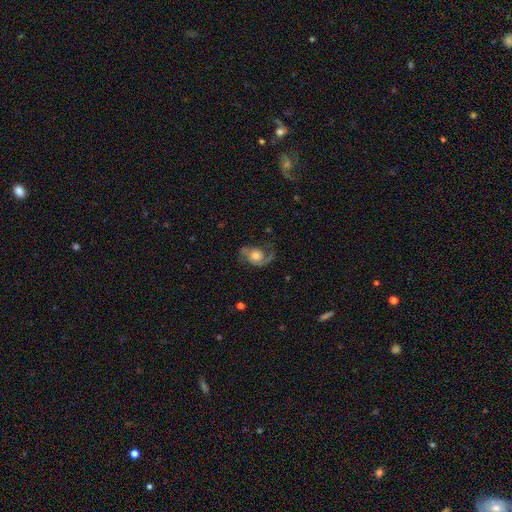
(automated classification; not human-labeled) Smooth or featured: featured or disk — 75% (smooth — 18%)
Edge-on disk: no — 97% (yes — 3%)
Bar: no — 73% (weak — 23%)
Spiral arms: yes — 94% (no — 6%)
Spiral winding: loose — 43% (tied with medium — 43%)
Spiral arm count: 2 — 80% (1 — 14%)
Bulge size: moderate — 50% (large — 25%)
Merging: none — 64% (minor disturbance — 19%)